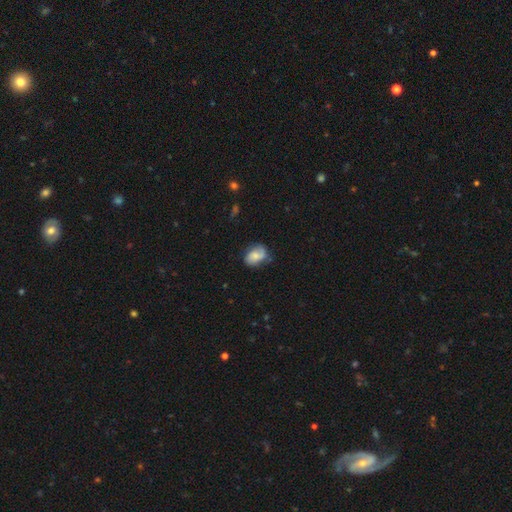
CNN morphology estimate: A smooth galaxy with no disk features (57%) that is in between round and cigar-shaped (79%).

Vote fractions:
- Smooth or featured? smooth: 57% / featured or disk: 35% / star or artifact: 8%
- How rounded? in between: 79% / round: 20% / cigar-shaped: 1%
- Merging? none: 60% / minor disturbance: 29% / major disturbance: 8% / merger: 3%